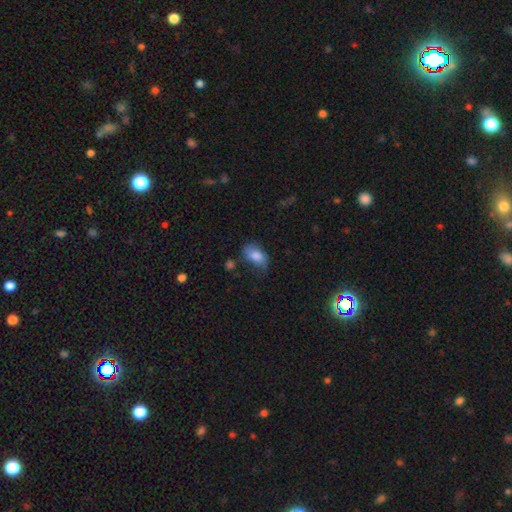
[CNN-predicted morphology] A smooth galaxy with no disk features (77%) that is in between round and cigar-shaped (90%). Merging: none (53%).